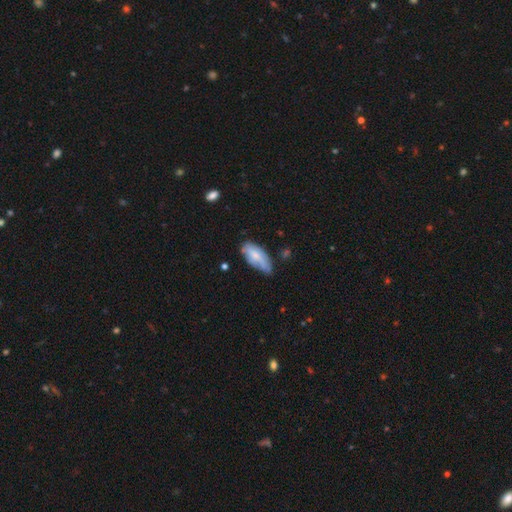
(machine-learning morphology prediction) Smooth or featured: smooth — 65% (featured or disk — 28%)
How rounded: in between — 85% (cigar-shaped — 13%)
Merging: none — 45% (minor disturbance — 39%)